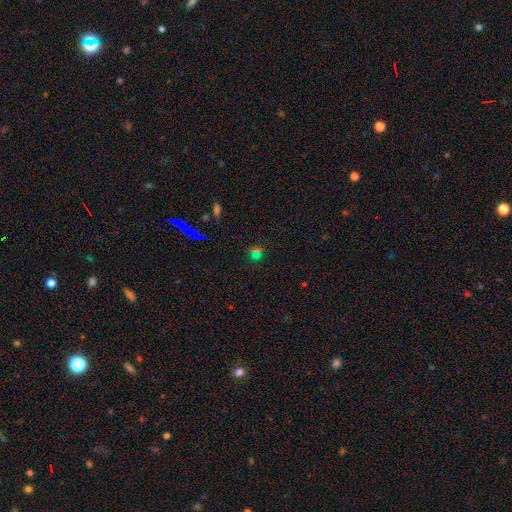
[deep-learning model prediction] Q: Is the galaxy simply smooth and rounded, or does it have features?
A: smooth — 45%, tied with star or artifact.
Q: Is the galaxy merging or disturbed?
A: none — 71%.